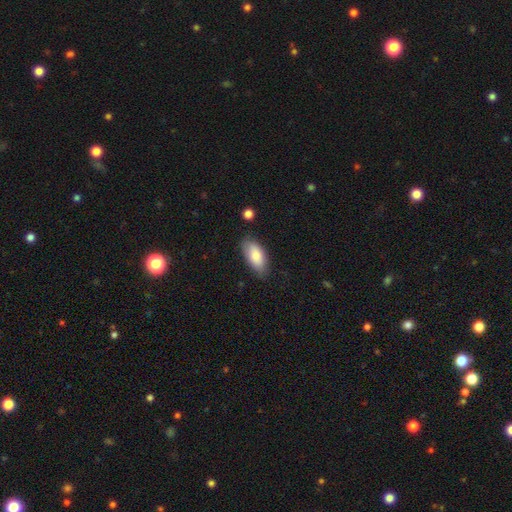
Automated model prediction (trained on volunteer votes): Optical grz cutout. It shows a smooth galaxy with no disk features (81%) that is in between round and cigar-shaped (89%). Merging: none (78%).